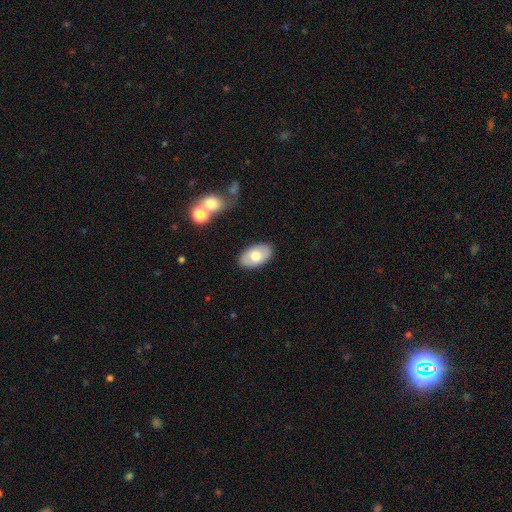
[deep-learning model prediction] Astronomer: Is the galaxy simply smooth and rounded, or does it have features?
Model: smooth — 65%.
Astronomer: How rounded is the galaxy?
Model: in between — 93%.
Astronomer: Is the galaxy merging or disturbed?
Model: none — 86%.